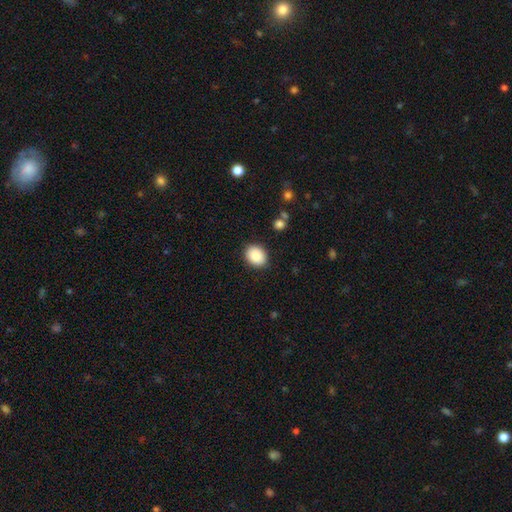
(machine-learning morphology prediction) This appears to be a smooth galaxy with no disk features (87%) that is round (54%). Merging: none (89%).